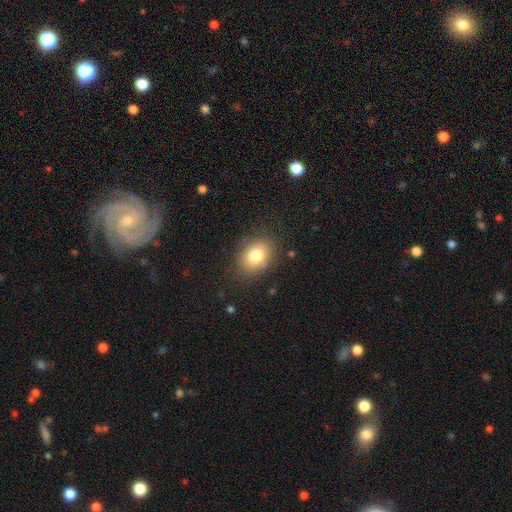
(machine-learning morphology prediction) The model was most divided on "how rounded": in between: 63%, round: 36%, cigar-shaped: 1%. More confident: merging — none (82%); smooth or featured — smooth (79%).